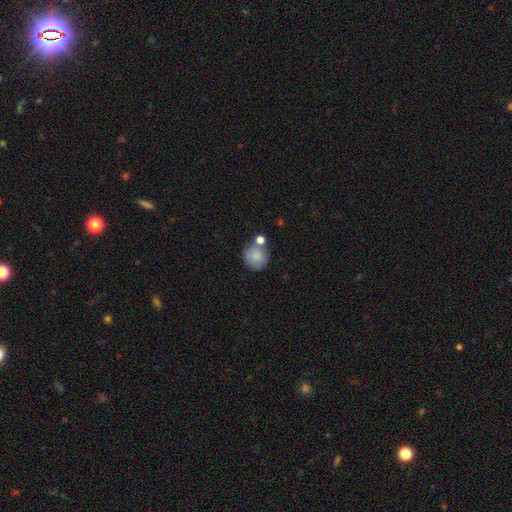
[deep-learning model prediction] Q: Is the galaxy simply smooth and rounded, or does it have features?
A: smooth — 83%.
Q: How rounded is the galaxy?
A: round — 87%.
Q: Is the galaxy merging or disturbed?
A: none — 59%.